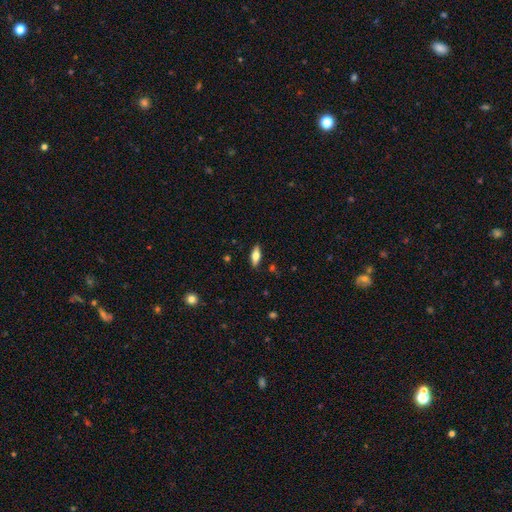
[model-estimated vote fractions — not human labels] Smooth or featured?
  - smooth: 61% *
  - featured or disk: 32%
  - star or artifact: 7%
How rounded?
  - in between: 68% *
  - cigar-shaped: 29%
  - round: 3%
Merging?
  - none: 87% *
  - minor disturbance: 10%
  - major disturbance: 2%
  - merger: 1%